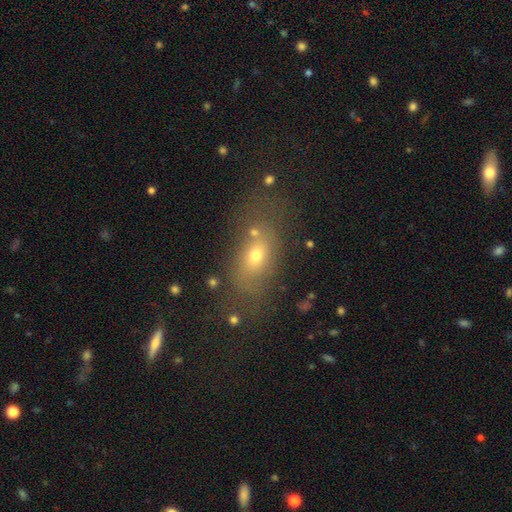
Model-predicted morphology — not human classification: smooth-or-featured: smooth: 60% | star or artifact: 20% | featured or disk: 20%
  how-rounded: in between: 69% | round: 21% | cigar-shaped: 10%
  merging: none: 63% | minor disturbance: 15% | merger: 13% | major disturbance: 9%